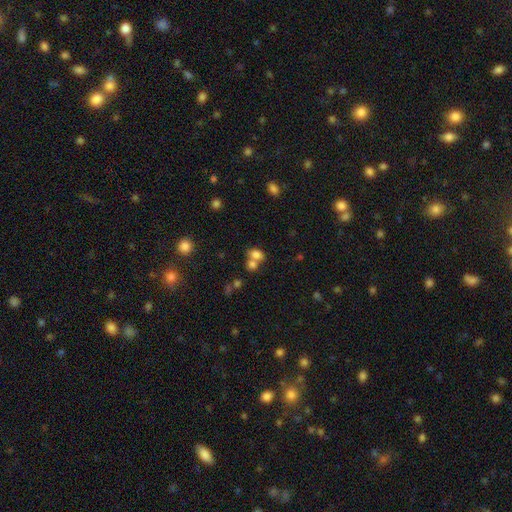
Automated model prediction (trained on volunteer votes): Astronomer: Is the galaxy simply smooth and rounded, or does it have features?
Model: smooth — 77%.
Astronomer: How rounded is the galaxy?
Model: in between — 70%.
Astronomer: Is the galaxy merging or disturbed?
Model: merger — 51% (runner-up: none, 36%).